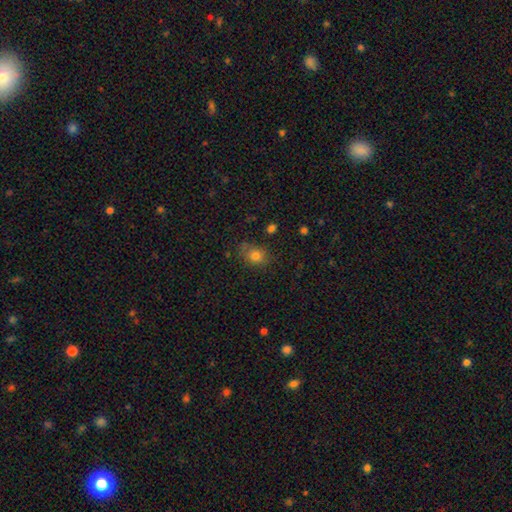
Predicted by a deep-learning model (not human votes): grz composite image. It shows a smooth galaxy with no disk features (79%) that is round (56%). Merging: none (73%).